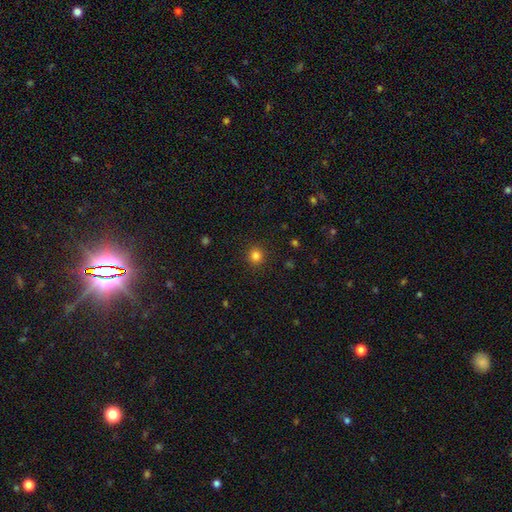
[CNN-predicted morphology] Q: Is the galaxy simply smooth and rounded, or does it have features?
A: smooth — 82%.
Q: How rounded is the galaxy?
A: round — 92%.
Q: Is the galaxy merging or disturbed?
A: none — 91%.